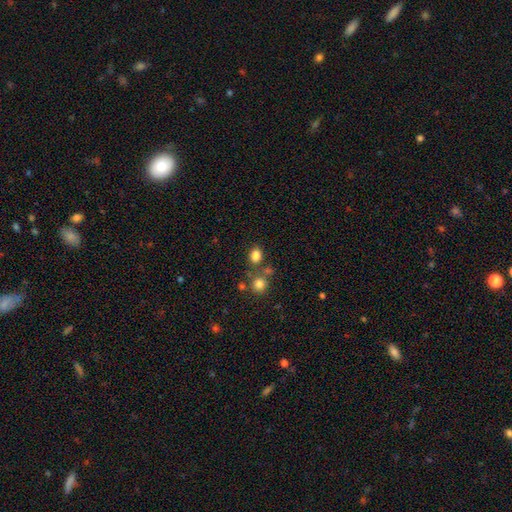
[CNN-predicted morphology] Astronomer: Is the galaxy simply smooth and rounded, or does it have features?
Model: smooth — 82%.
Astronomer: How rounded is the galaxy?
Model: in between — 51% (runner-up: round, 48%).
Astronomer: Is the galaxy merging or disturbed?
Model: none — 71%.